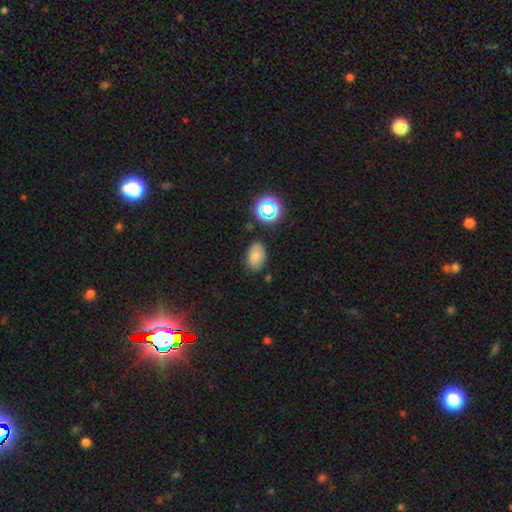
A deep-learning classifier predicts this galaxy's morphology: Smooth or featured? Predicted: smooth (p=0.75). How rounded? Predicted: in between (p=0.87). Merging? Predicted: none (p=0.80).